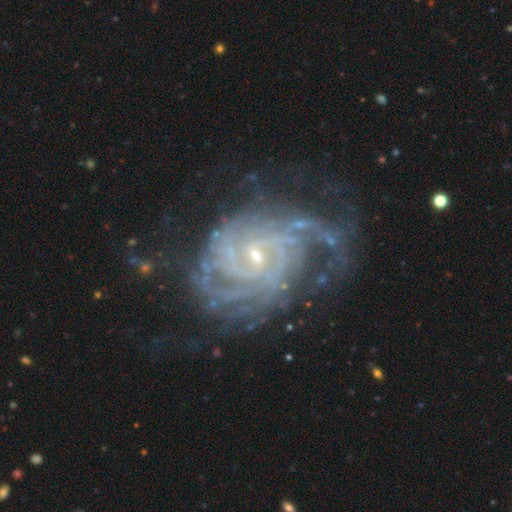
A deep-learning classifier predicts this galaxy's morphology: A featured or disk galaxy (89%) with no bar (49%), tight (69%) spiral arms (97%) and a small central bulge (77%).

Vote fractions:
- Smooth or featured? featured or disk: 89% / star or artifact: 6% / smooth: 4%
- Edge-on disk? no: 97% / yes: 3%
- Bar? no: 49% / weak: 39% / strong: 12%
- Spiral arms? yes: 97% / no: 3%
- Spiral winding? tight: 69% / medium: 26% / loose: 5%
- Spiral arm count? can't tell: 29% / 4: 18% / 2: 16% / 3: 15% / more than 4: 14% / 1: 8%
- Bulge size? small: 77% / moderate: 19% / none: 2% / large: 1% / dominant: 1%
- Merging? none: 59% / minor disturbance: 21% / major disturbance: 18% / merger: 2%